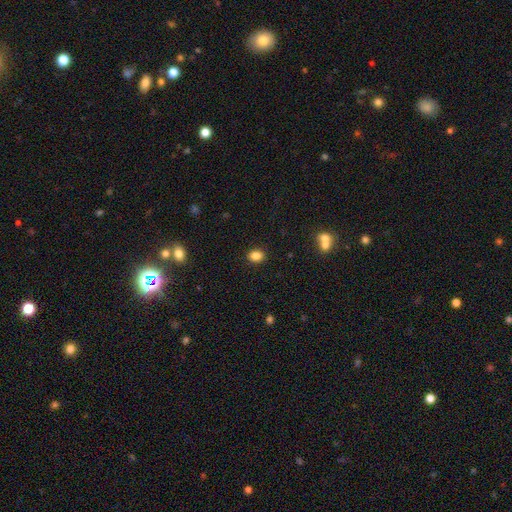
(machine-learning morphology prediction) This appears to be a smooth galaxy with no disk features (84%) that is in between round and cigar-shaped (54%). Merging: none (90%).